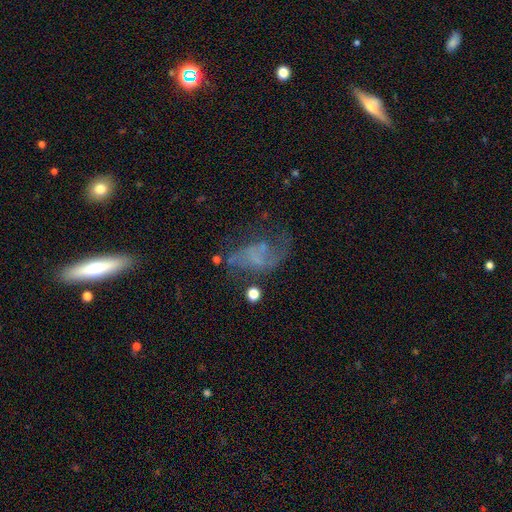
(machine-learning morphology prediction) type=featured or disk (58%); edge-on=no (97%); bar=no (69%); spiral arms=yes (59%); bulge=none (69%); merging=none (38%).